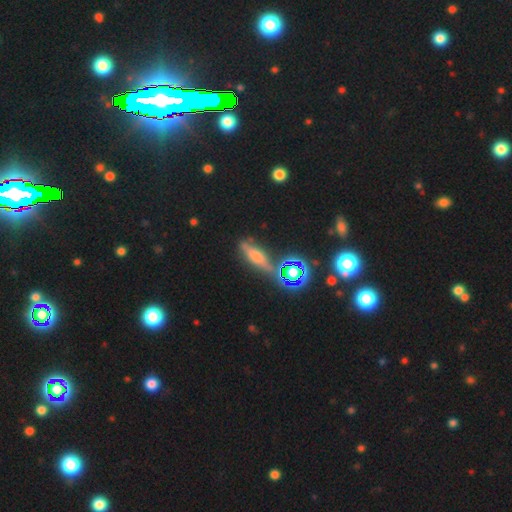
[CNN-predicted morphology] This appears to be a smooth galaxy with no disk features (39%). Merging: none (68%).